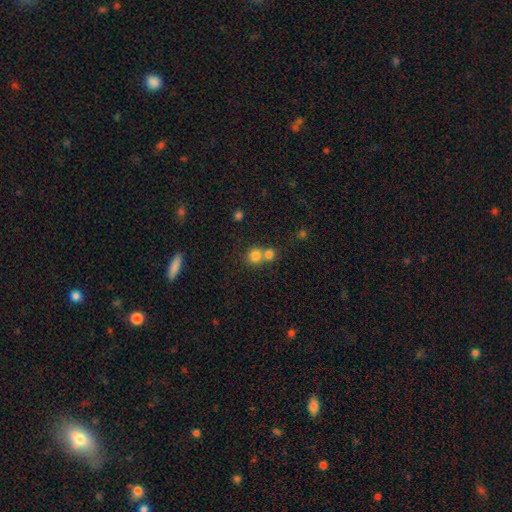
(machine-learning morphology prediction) smooth 79%, star or artifact 13%, featured or disk 9%. Down the decision tree: how rounded — round (86%); merging — merger (51%).